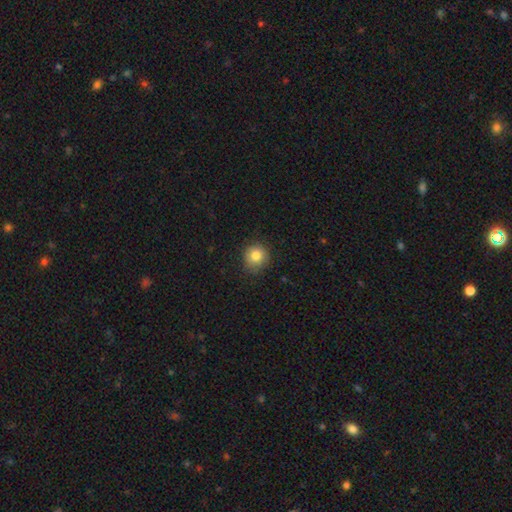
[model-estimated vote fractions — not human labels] Smooth or featured: smooth — 82% (star or artifact — 10%)
How rounded: round — 89% (in between — 10%)
Merging: none — 84% (minor disturbance — 13%)